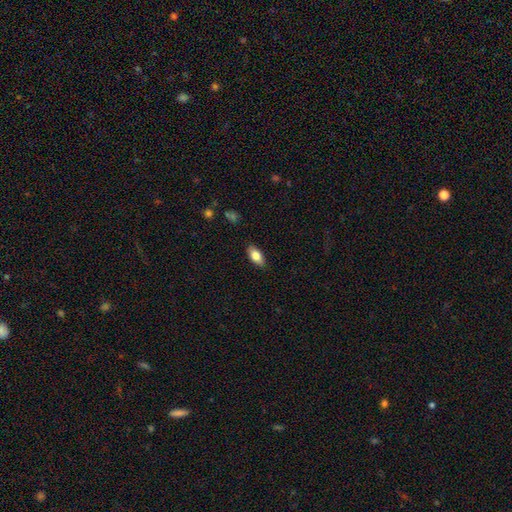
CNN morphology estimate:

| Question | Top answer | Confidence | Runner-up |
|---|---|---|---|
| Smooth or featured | smooth | 79% | featured or disk (14%) |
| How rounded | in between | 89% | cigar-shaped (8%) |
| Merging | none | 87% | minor disturbance (10%) |